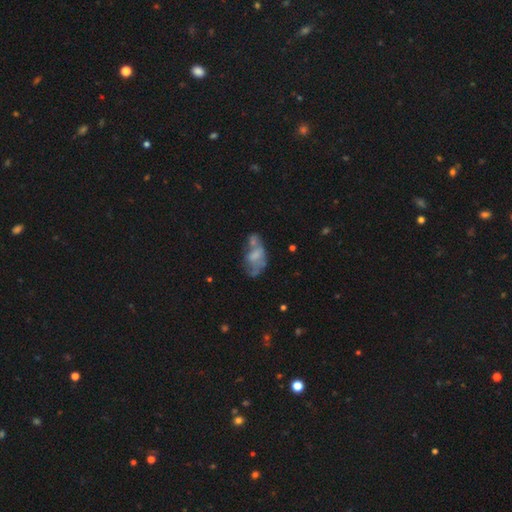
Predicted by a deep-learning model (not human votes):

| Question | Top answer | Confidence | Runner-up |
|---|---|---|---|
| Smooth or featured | smooth | 47% | featured or disk (42%) |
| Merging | merger | 37% | none (23%) |